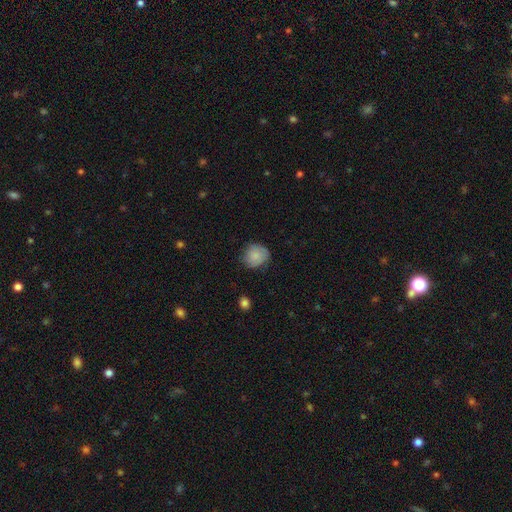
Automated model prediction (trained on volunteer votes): Q: Smooth or featured?
A: smooth (84%); runner-up: featured or disk (9%)
Q: How rounded?
A: round (80%); runner-up: in between (19%)
Q: Merging?
A: none (71%); runner-up: minor disturbance (23%)